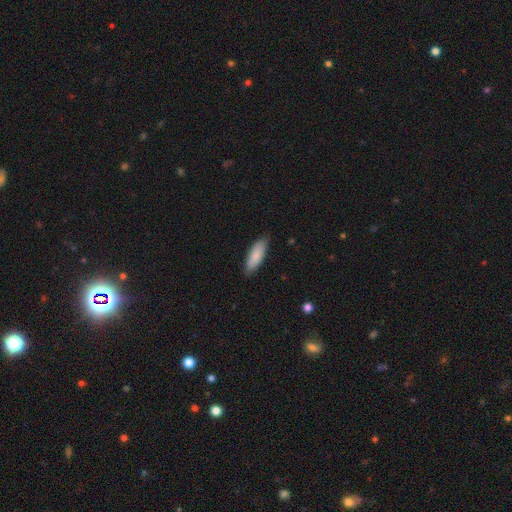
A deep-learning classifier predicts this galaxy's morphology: type=smooth (85%); roundness=in between (63%); merging=none (84%).